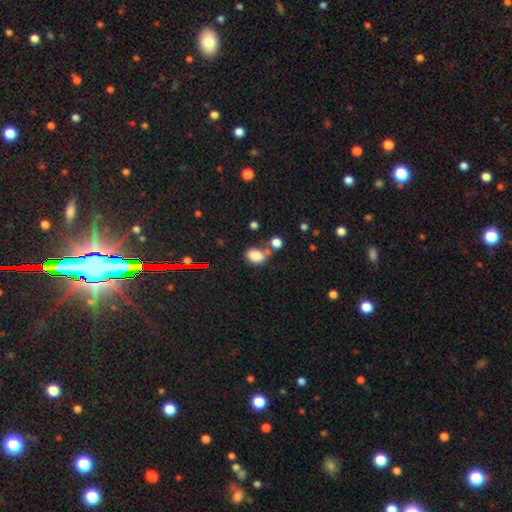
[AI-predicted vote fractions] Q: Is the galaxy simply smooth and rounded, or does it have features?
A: smooth — 82%.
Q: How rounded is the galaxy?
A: in between — 76%.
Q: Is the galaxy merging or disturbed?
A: none — 49%.